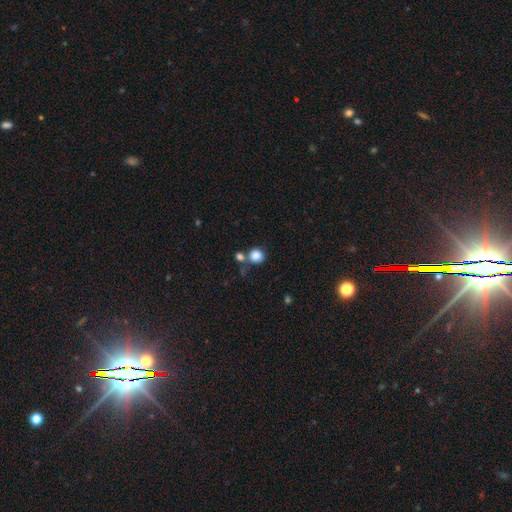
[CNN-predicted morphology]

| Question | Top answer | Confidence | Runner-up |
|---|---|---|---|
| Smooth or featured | smooth | 85% | star or artifact (10%) |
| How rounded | round | 85% | in between (14%) |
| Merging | none | 59% | merger (24%) |